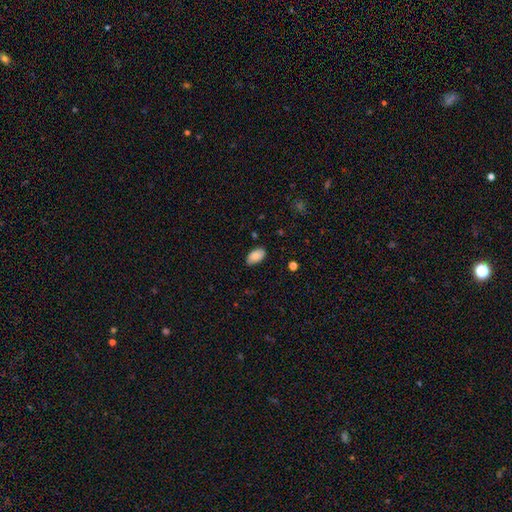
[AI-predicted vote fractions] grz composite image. It shows a smooth galaxy with no disk features (86%) that is in between round and cigar-shaped (94%). Merging: none (82%).